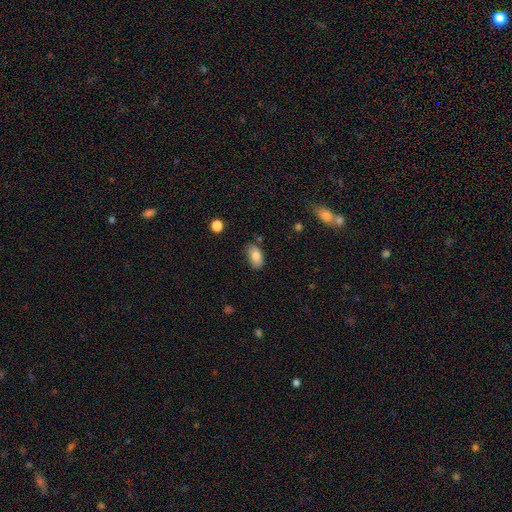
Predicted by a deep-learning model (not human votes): smooth 84%, featured or disk 9%, star or artifact 8%. Down the decision tree: how rounded — in between (93%); merging — none (76%).